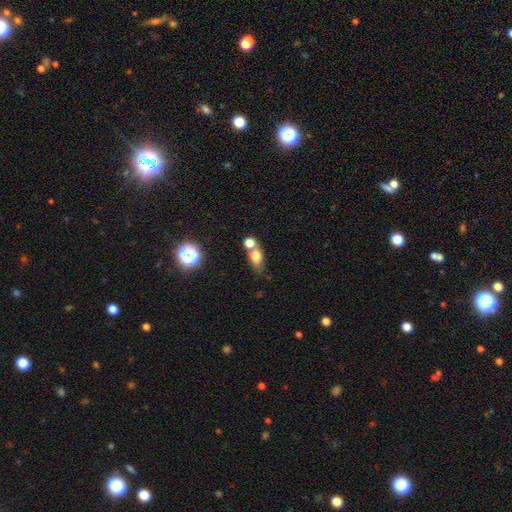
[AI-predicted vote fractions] Smooth or featured?
  - smooth: 72% *
  - featured or disk: 16%
  - star or artifact: 12%
How rounded?
  - in between: 64% *
  - round: 27%
  - cigar-shaped: 8%
Merging?
  - merger: 41% *
  - none: 40%
  - minor disturbance: 13%
  - major disturbance: 6%